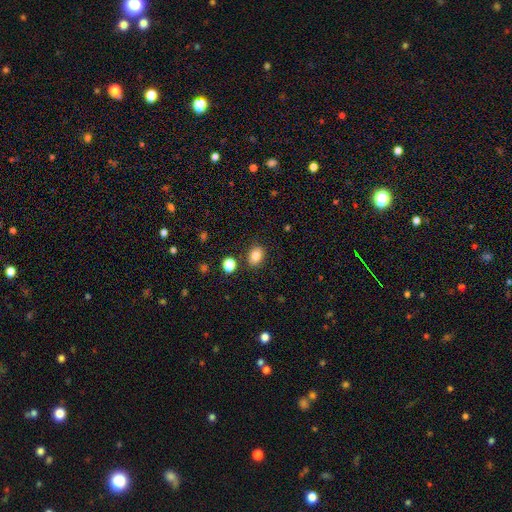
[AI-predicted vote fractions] smooth 83%, star or artifact 11%, featured or disk 6%. Down the decision tree: how rounded — in between (61%); merging — none (84%).